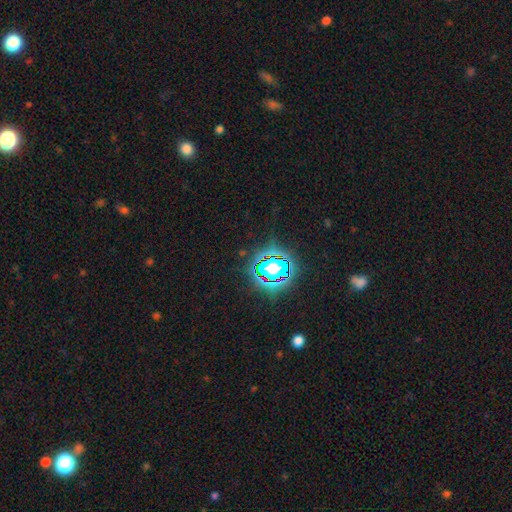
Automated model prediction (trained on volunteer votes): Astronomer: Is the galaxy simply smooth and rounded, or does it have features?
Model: star or artifact — 82%.